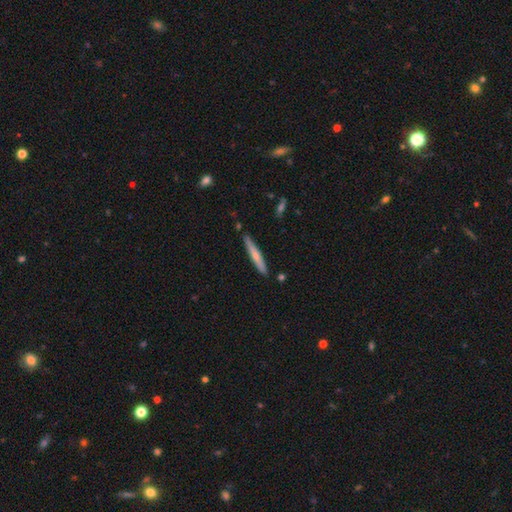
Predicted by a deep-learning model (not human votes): Overall: smooth (55%; featured or disk 40%). How rounded: cigar-shaped (94%). Merging: none (86%).